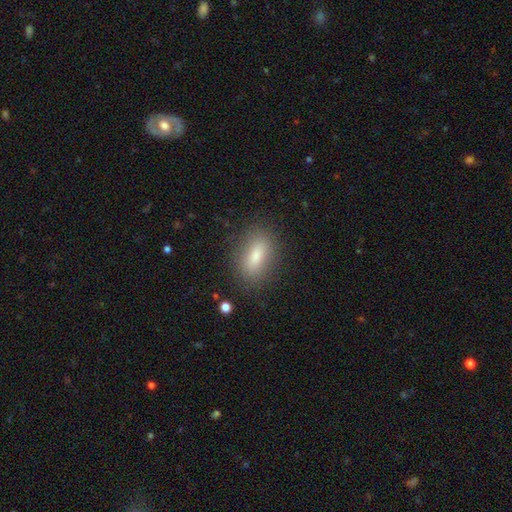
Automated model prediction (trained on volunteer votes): A smooth galaxy with no disk features (79%) that is in between round and cigar-shaped (81%).

Vote fractions:
- Smooth or featured? smooth: 79% / featured or disk: 12% / star or artifact: 9%
- How rounded? in between: 81% / cigar-shaped: 12% / round: 7%
- Merging? none: 85% / minor disturbance: 10% / major disturbance: 3% / merger: 1%